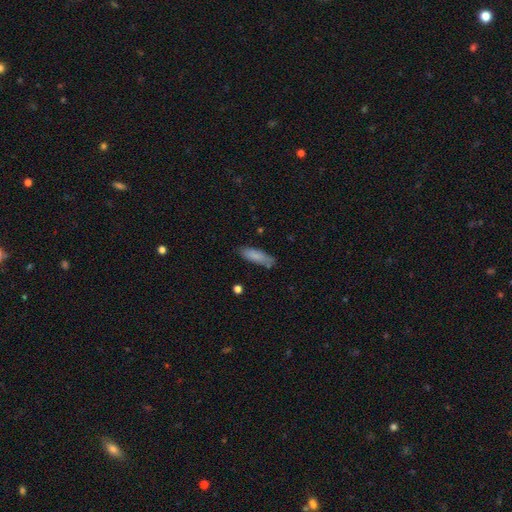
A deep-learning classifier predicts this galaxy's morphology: Overall: smooth (82%). How rounded: cigar-shaped (52%; in between 46%). Merging: none (75%).